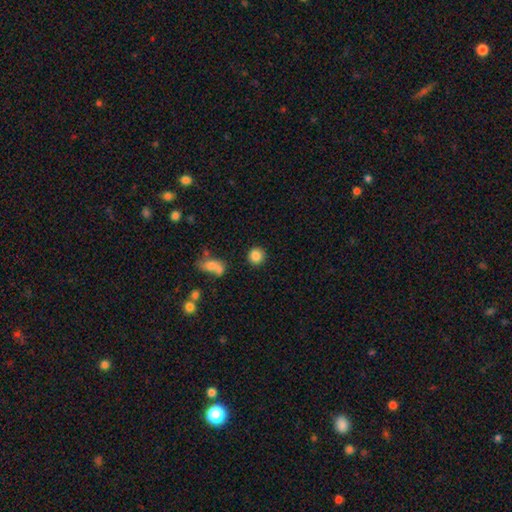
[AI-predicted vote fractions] Morphology: type=smooth (86%); roundness=round (89%); merging=none (86%).